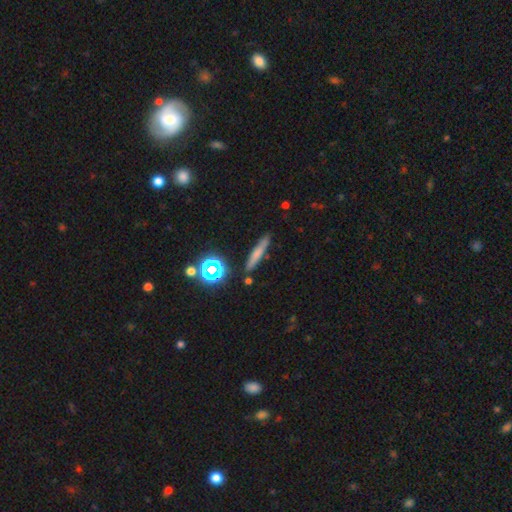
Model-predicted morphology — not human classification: smooth 57%, featured or disk 27%, star or artifact 16%. Down the decision tree: how rounded — cigar-shaped (84%); merging — none (86%).